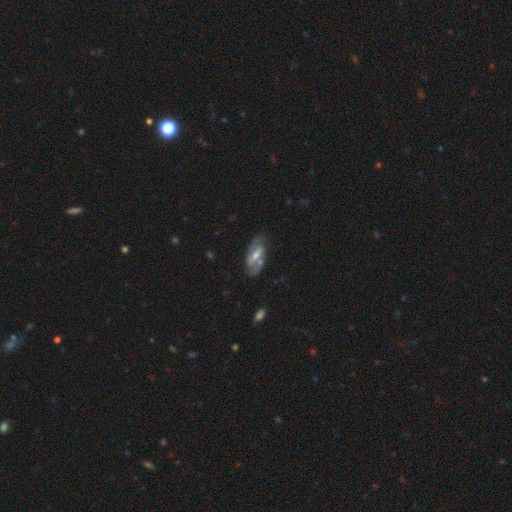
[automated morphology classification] smooth_or_featured: featured or disk (p=0.70) [alt: smooth p=0.22]
disk_edge_on: no (p=0.89) [alt: yes p=0.11]
bar: weak (p=0.42) [alt: strong p=0.35]
has_spiral_arms: yes (p=0.77) [alt: no p=0.23]
bulge_size: moderate (p=0.51) [alt: small p=0.41]
merging: none (p=0.69) [alt: minor disturbance p=0.19]